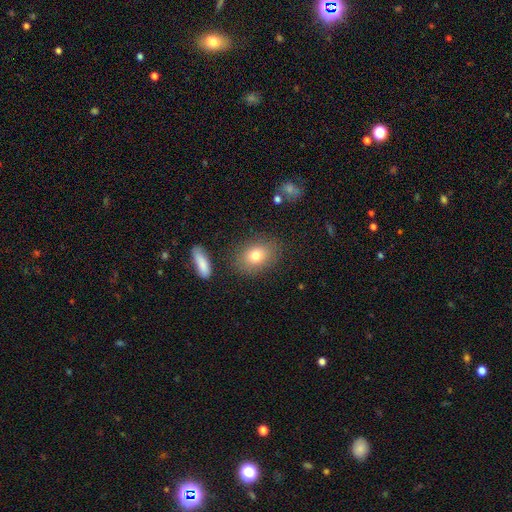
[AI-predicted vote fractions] This appears to be a smooth galaxy with no disk features (78%) that is in between round and cigar-shaped (66%). Merging: none (83%).